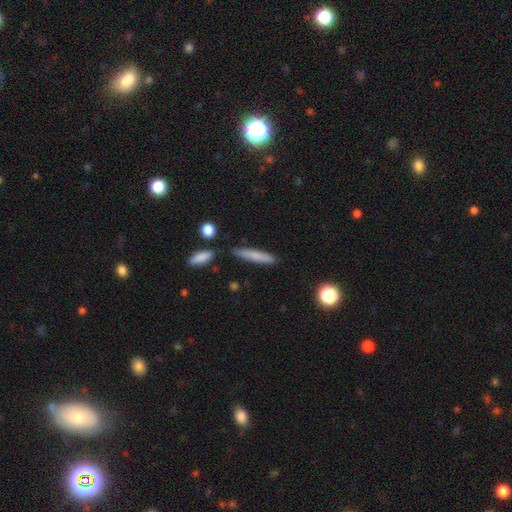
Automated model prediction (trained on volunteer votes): Smooth or featured? Predicted: smooth (p=0.75). How rounded? Predicted: cigar-shaped (p=0.89). Merging? Predicted: none (p=0.80).